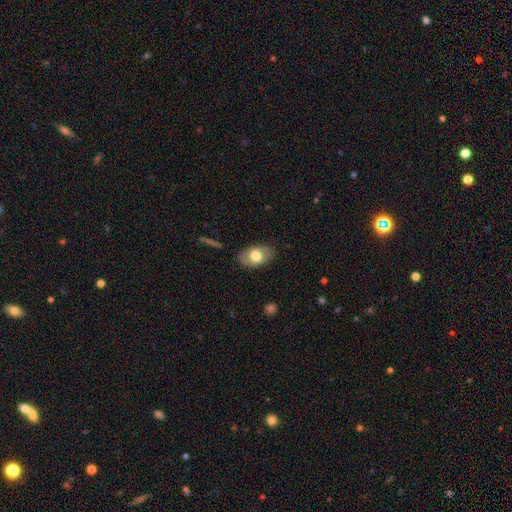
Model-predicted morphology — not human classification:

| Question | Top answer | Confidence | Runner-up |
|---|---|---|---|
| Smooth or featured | smooth | 68% | featured or disk (26%) |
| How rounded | in between | 90% | round (8%) |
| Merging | none | 83% | minor disturbance (13%) |